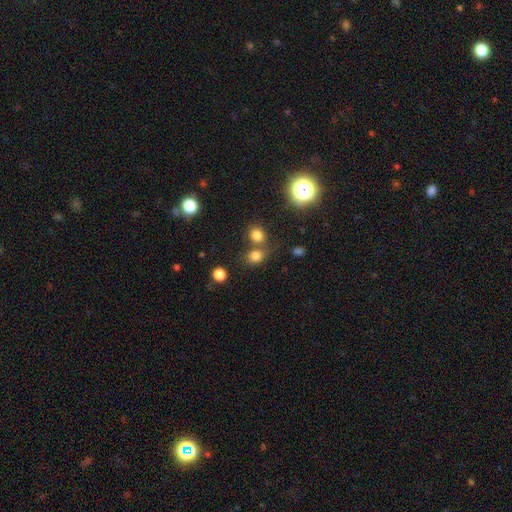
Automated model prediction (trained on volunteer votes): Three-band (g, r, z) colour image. It shows a smooth galaxy with no disk features (77%) that is round (63%). Merging: none (57%).